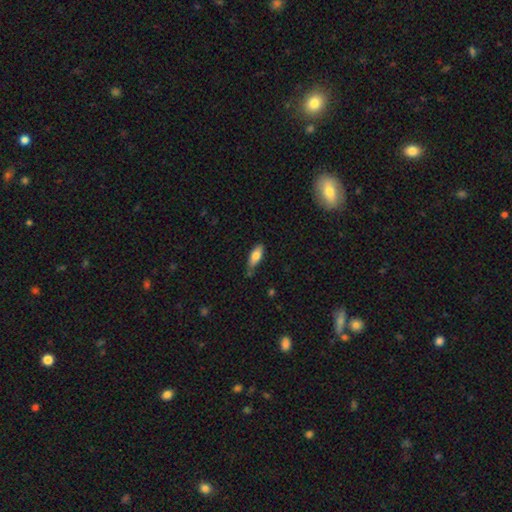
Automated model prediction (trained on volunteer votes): Smooth or featured?
  - smooth: 76% *
  - featured or disk: 18%
  - star or artifact: 7%
How rounded?
  - in between: 69% *
  - cigar-shaped: 29%
  - round: 2%
Merging?
  - none: 64% *
  - minor disturbance: 28%
  - major disturbance: 5%
  - merger: 4%